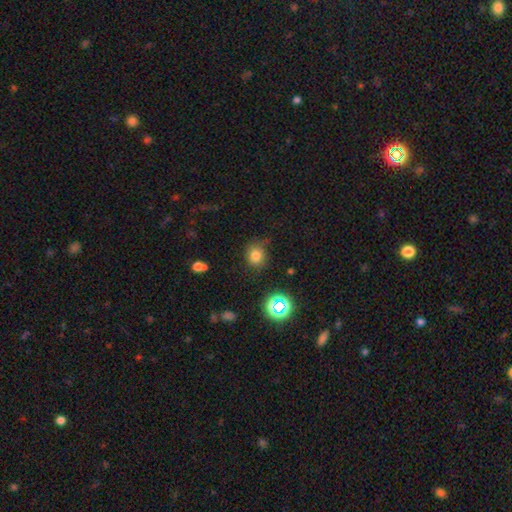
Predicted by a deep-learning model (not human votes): Smooth or featured? smooth (76%)
How rounded? round (77%)
Merging? none (71%)